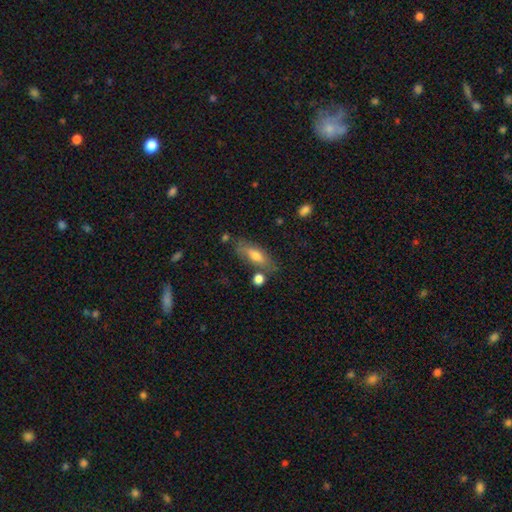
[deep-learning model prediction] smooth_or_featured: smooth (p=0.61) [alt: featured or disk p=0.30]
how_rounded: in between (p=0.60) [alt: cigar-shaped p=0.37]
merging: none (p=0.70) [alt: minor disturbance p=0.17]